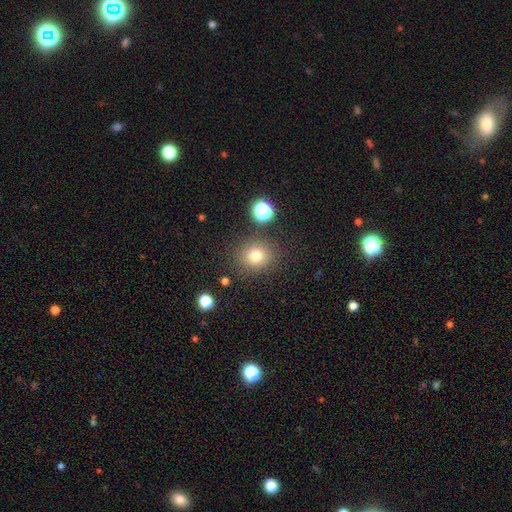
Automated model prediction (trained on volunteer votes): Smooth or featured?
  - smooth: 78% *
  - star or artifact: 15%
  - featured or disk: 8%
How rounded?
  - round: 82% *
  - in between: 17%
  - cigar-shaped: 1%
Merging?
  - none: 84% *
  - minor disturbance: 9%
  - merger: 4%
  - major disturbance: 4%